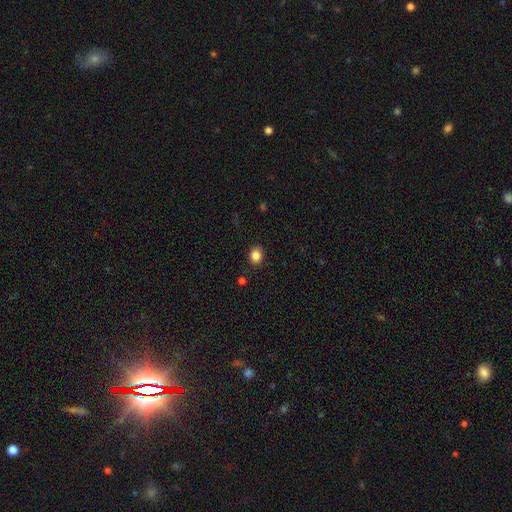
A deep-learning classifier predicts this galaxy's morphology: The model was most divided on "how rounded": round: 65%, in between: 34%, cigar-shaped: 1%. More confident: merging — none (87%); smooth or featured — smooth (84%).